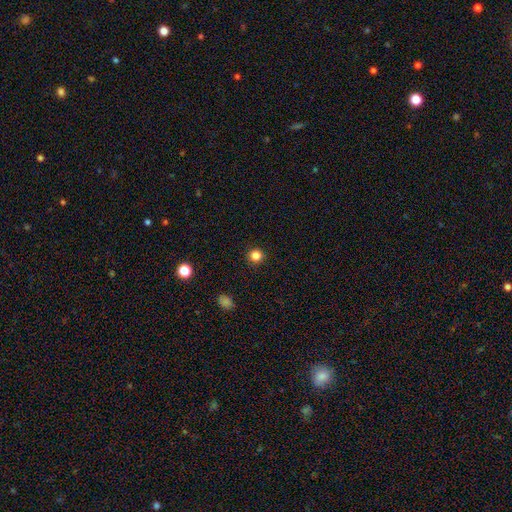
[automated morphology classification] type=smooth (84%); roundness=round (95%); merging=none (93%).